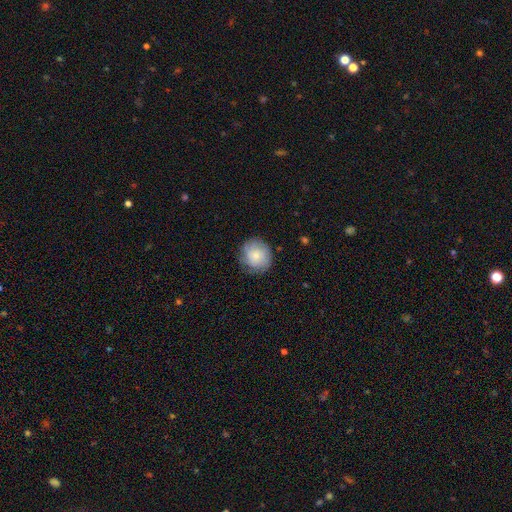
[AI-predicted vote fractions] Overall: smooth (71%). How rounded: round (86%). Merging: none (79%).